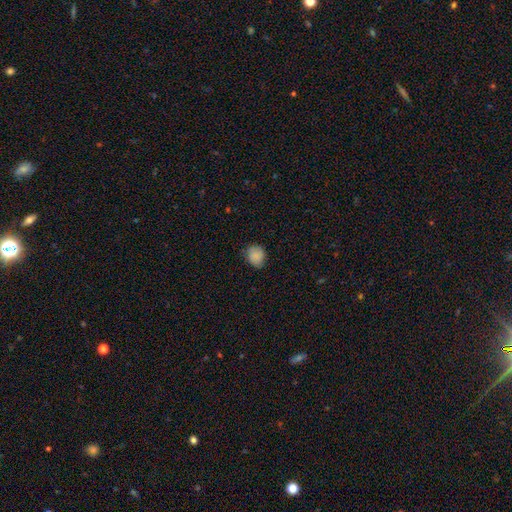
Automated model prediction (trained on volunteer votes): This appears to be a smooth galaxy with no disk features (87%) that is round (65%). Merging: none (78%).